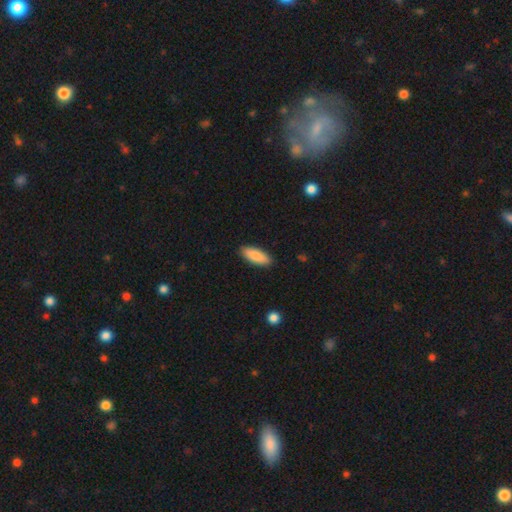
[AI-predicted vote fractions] Q: Smooth or featured?
A: smooth (87%); runner-up: featured or disk (7%)
Q: How rounded?
A: in between (77%); runner-up: cigar-shaped (21%)
Q: Merging?
A: none (89%); runner-up: minor disturbance (8%)